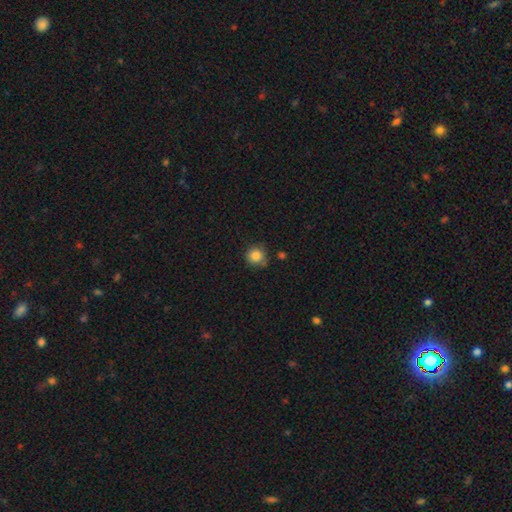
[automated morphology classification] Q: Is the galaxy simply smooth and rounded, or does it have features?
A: smooth — 84%.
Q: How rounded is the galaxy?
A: round — 93%.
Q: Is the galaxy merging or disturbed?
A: none — 77%.